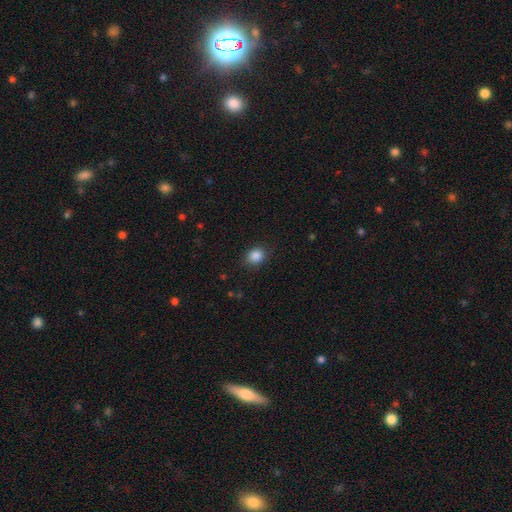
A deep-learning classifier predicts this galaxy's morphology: The model was most divided on "how rounded": round: 64%, in between: 35%, cigar-shaped: 1%. More confident: smooth or featured — smooth (87%); merging — none (86%).